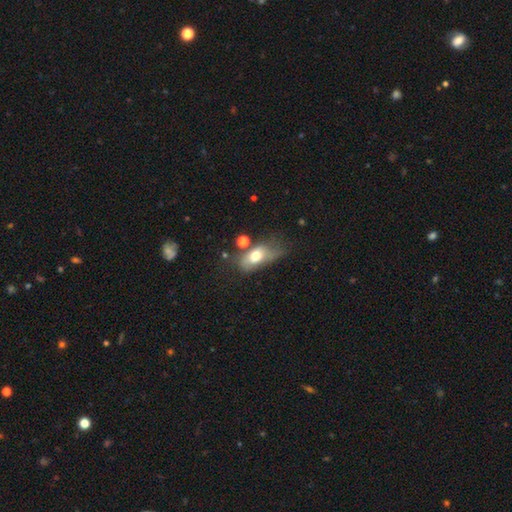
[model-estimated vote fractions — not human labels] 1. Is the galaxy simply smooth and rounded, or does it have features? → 63% smooth, 28% featured or disk, 9% star or artifact.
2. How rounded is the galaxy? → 83% in between, 10% round, 7% cigar-shaped.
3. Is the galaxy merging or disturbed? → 38% none, 30% minor disturbance, 22% major disturbance, 10% merger.